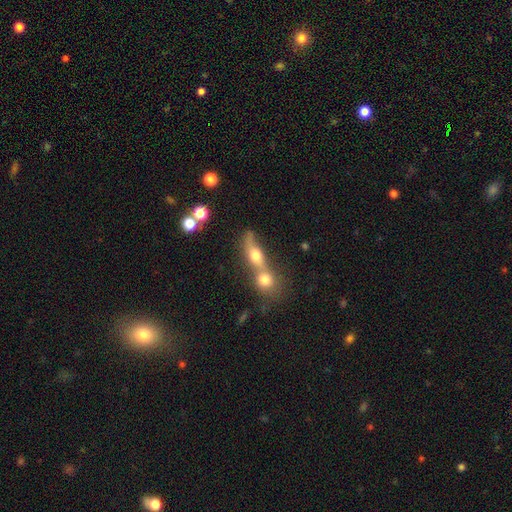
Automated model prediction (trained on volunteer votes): Smooth or featured? smooth (57%)
How rounded? in between (45%)
Merging? merger (61%)